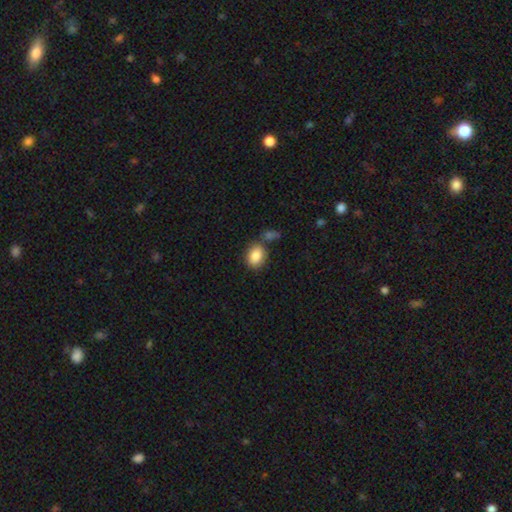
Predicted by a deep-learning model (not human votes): Morphology: type=smooth (86%); roundness=in between (64%); merging=none (65%).